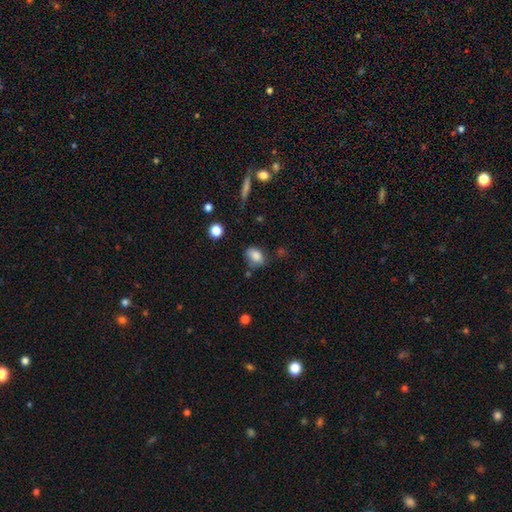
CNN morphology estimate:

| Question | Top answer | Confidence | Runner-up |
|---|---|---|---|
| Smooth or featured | smooth | 83% | star or artifact (10%) |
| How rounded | in between | 75% | round (24%) |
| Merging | none | 59% | minor disturbance (27%) |